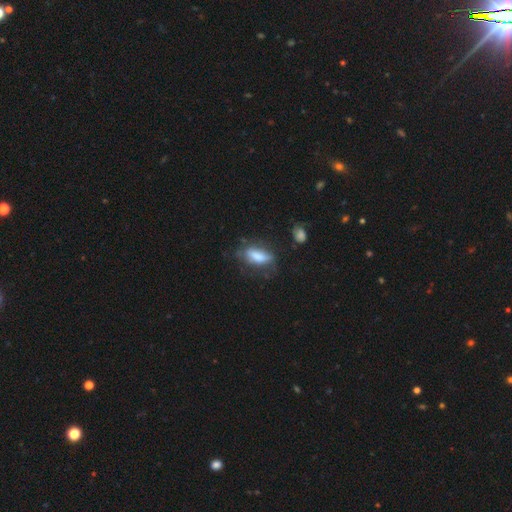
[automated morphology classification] Q: Smooth or featured?
A: smooth (67%); runner-up: featured or disk (24%)
Q: How rounded?
A: in between (64%); runner-up: cigar-shaped (32%)
Q: Merging?
A: none (56%); runner-up: minor disturbance (26%)